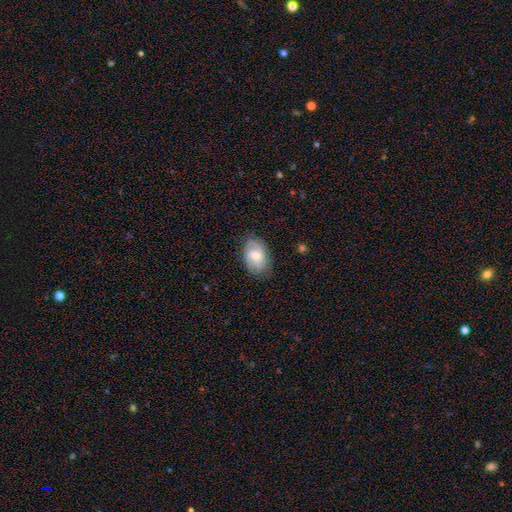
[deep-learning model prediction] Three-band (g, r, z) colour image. It shows a featured or disk galaxy (53%) with no bar (49%), spiral arms (87%) and a moderate central bulge (48%). Merging: none (77%).